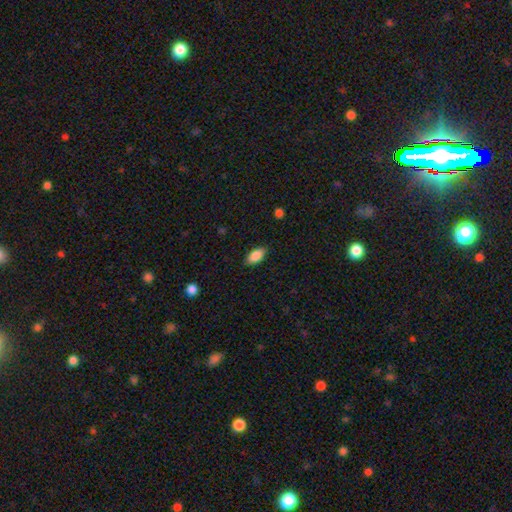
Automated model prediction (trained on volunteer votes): smooth 87%, star or artifact 7%, featured or disk 6%. Down the decision tree: how rounded — in between (90%); merging — none (85%).